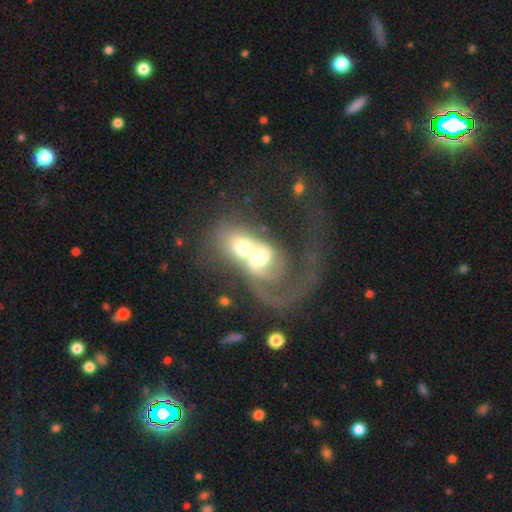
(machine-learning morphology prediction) This appears to be a featured or disk galaxy (61%) with no bar (68%), spiral arms (64%) and a moderate central bulge (58%). Merging: merger (76%).